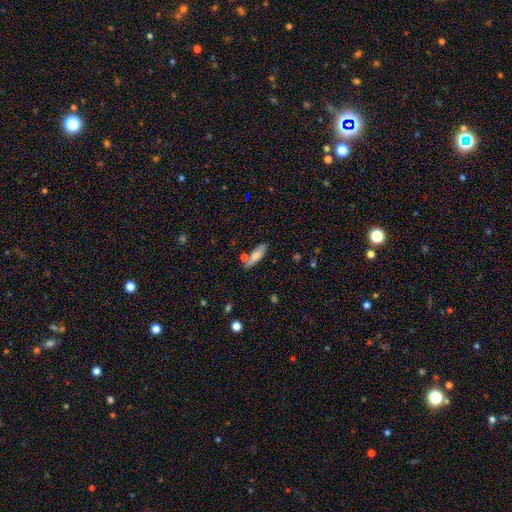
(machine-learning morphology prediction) Q: Smooth or featured?
A: smooth (74%); runner-up: featured or disk (19%)
Q: How rounded?
A: in between (50%); runner-up: cigar-shaped (48%)
Q: Merging?
A: none (67%); runner-up: minor disturbance (17%)